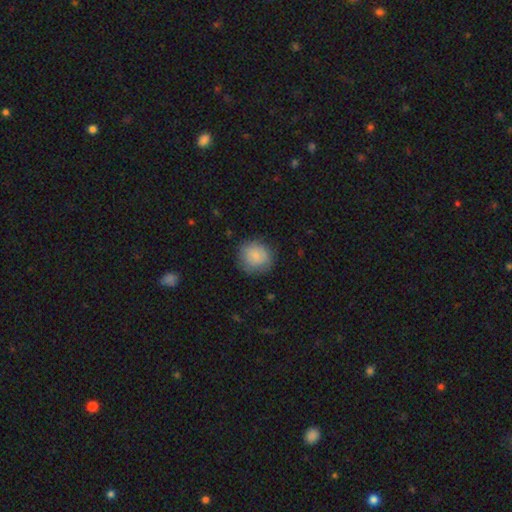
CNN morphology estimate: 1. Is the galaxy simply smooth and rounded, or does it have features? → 84% smooth, 8% featured or disk, 8% star or artifact.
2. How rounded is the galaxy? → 89% round, 10% in between, 1% cigar-shaped.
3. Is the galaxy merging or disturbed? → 82% none, 13% minor disturbance, 4% major disturbance, 1% merger.